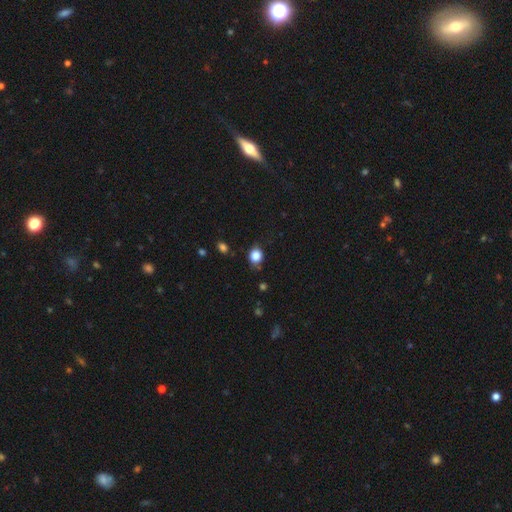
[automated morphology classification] Smooth or featured: smooth — 85% (star or artifact — 10%)
How rounded: round — 64% (in between — 35%)
Merging: none — 77% (minor disturbance — 17%)